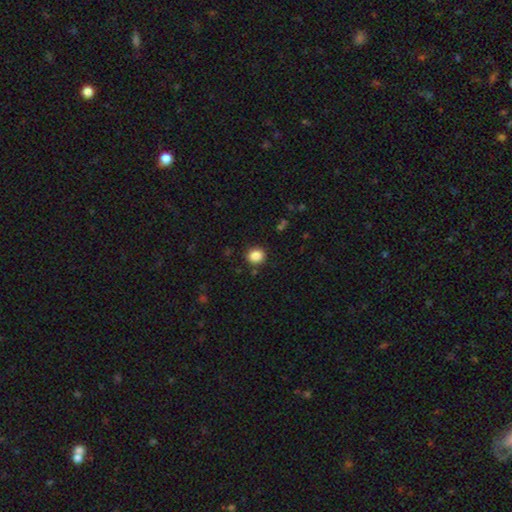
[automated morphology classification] type=smooth (86%); roundness=round (78%); merging=none (89%).